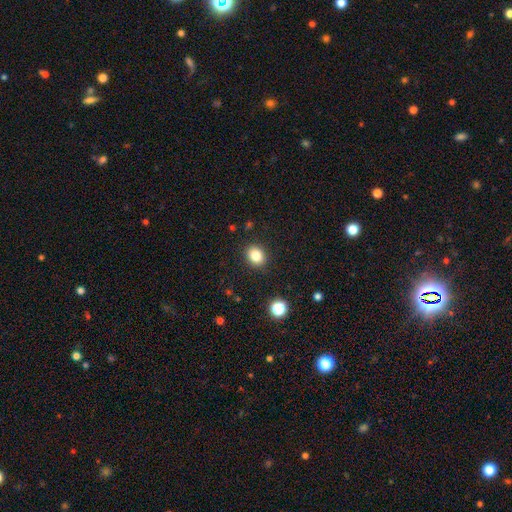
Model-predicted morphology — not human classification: A smooth galaxy with no disk features (83%) that is round (57%). Merging: none (89%).